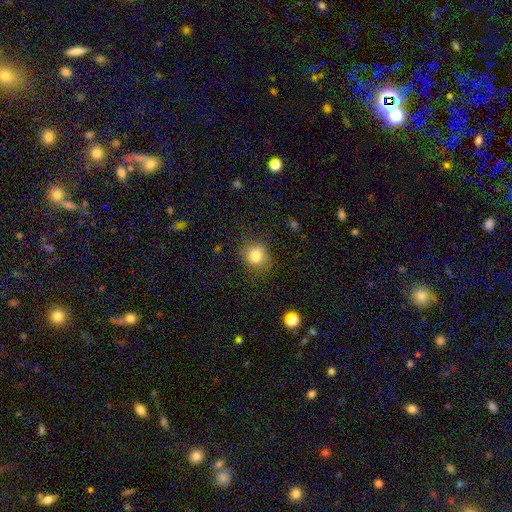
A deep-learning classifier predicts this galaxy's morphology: A smooth galaxy with no disk features (82%) that is round (82%).

Vote fractions:
- Smooth or featured? smooth: 82% / star or artifact: 11% / featured or disk: 7%
- How rounded? round: 82% / in between: 17% / cigar-shaped: 1%
- Merging? none: 78% / minor disturbance: 16% / major disturbance: 5% / merger: 1%